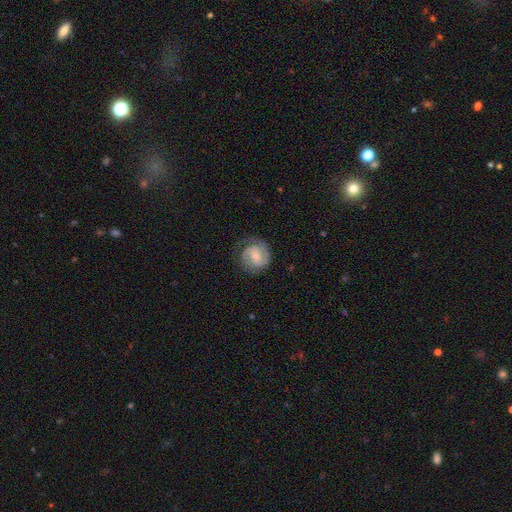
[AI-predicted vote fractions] This is likely a featured or disk galaxy (78%). It is clearly not viewed edge-on (98%). Bar: possibly weak (48%). Spiral arm pattern: clearly yes (95%). Spiral arm count: likely 2 (66%). Spiral winding: possibly tight (54%). Central bulge: possibly small (50%). Merging: likely none (68%).